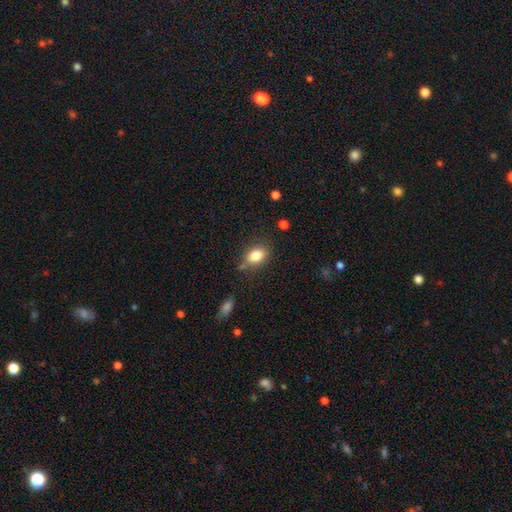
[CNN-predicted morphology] smooth 83%, star or artifact 9%, featured or disk 8%. Down the decision tree: how rounded — in between (80%); merging — none (72%).